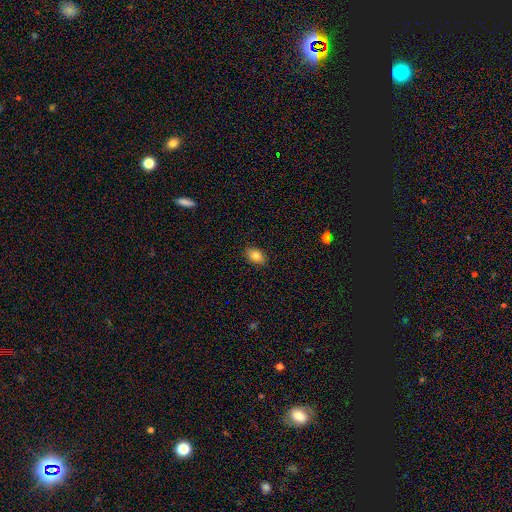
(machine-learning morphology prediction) type=smooth (84%); roundness=in between (84%); merging=none (87%).